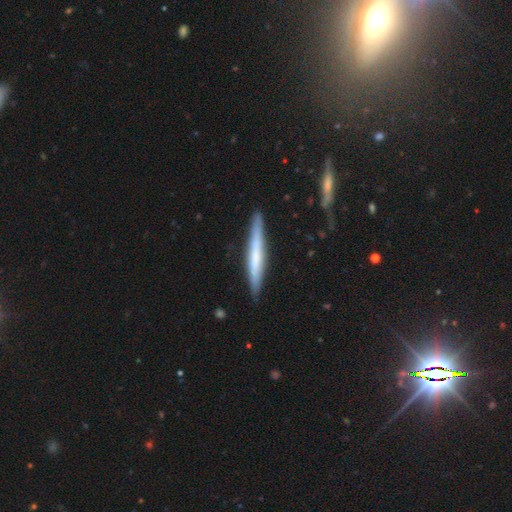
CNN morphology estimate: smooth_or_featured: smooth (p=0.48) [alt: featured or disk p=0.46]
merging: none (p=0.85) [alt: minor disturbance p=0.11]